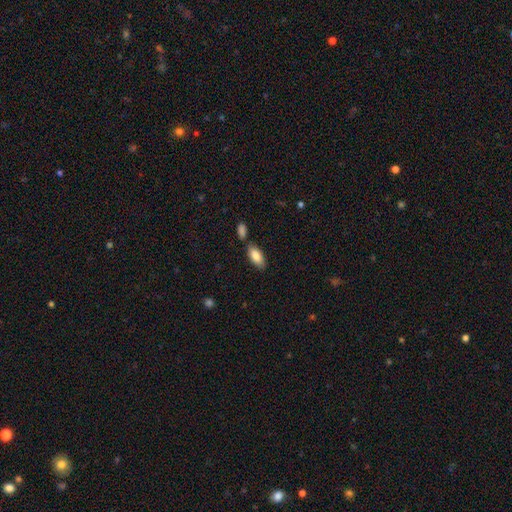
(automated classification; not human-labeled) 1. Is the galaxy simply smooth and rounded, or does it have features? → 85% smooth, 9% featured or disk, 6% star or artifact.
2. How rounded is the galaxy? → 87% in between, 11% cigar-shaped, 2% round.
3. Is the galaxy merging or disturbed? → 72% none, 13% minor disturbance, 12% merger, 3% major disturbance.